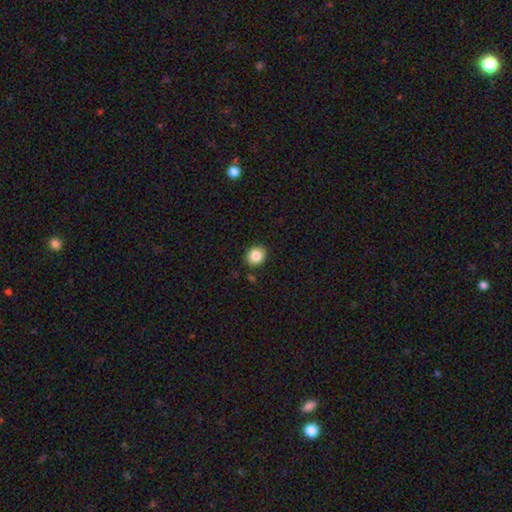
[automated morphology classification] Smooth or featured: smooth — 86% (star or artifact — 9%)
How rounded: round — 66% (in between — 33%)
Merging: none — 89% (minor disturbance — 7%)